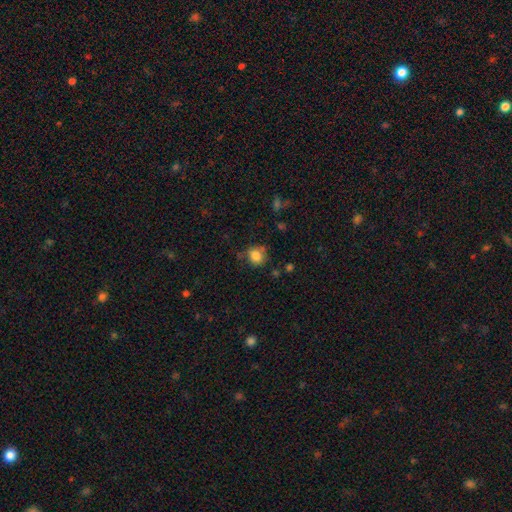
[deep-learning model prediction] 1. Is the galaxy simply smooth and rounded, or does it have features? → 83% smooth, 10% star or artifact, 6% featured or disk.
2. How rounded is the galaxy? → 74% round, 25% in between, 1% cigar-shaped.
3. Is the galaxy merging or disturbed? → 68% none, 21% minor disturbance, 6% major disturbance, 5% merger.